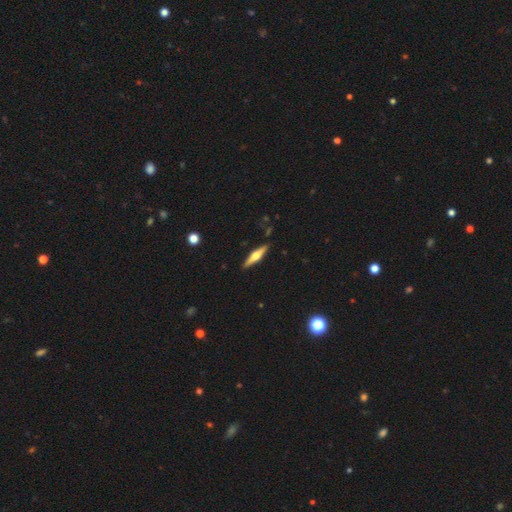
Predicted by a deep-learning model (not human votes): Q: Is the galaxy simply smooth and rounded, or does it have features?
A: featured or disk — 61%.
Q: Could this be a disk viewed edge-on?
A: yes — 96%.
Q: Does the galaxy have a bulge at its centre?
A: rounded — 91%.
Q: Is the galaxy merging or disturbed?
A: none — 89%.